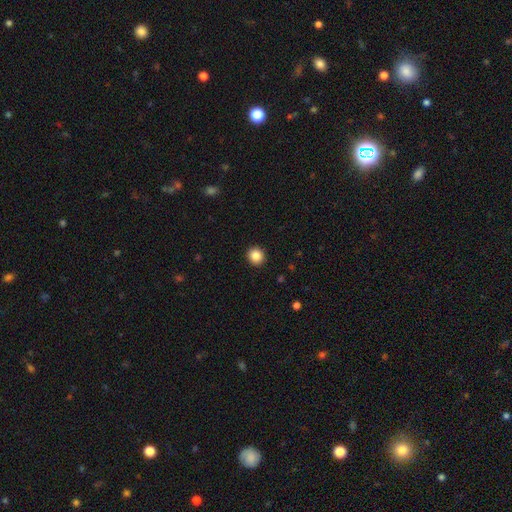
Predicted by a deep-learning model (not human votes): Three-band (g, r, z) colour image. It shows a smooth galaxy with no disk features (85%) that is round (91%). Merging: none (93%).